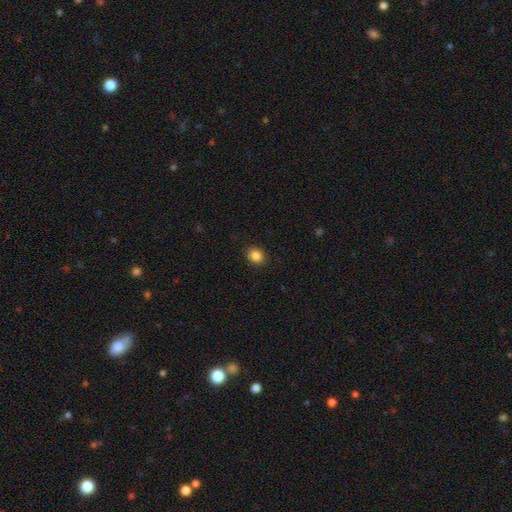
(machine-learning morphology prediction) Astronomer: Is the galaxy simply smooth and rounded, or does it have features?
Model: smooth — 86%.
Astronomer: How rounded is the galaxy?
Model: round — 63%.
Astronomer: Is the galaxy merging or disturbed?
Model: none — 91%.